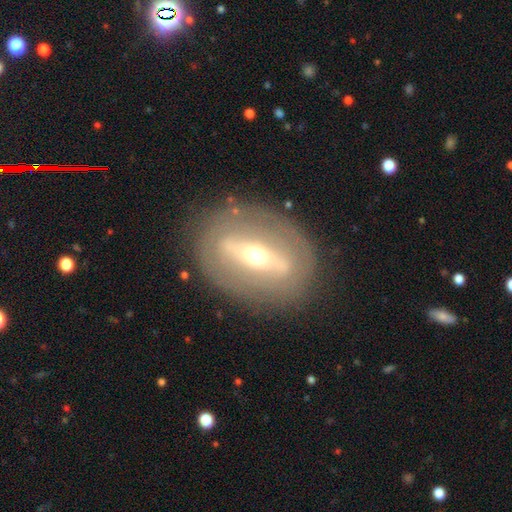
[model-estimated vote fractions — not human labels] The model was most divided on "bulge size": moderate: 62%, small: 29%, large: 7%, dominant: 1%, none: 1%. More confident: merging — none (82%); edge-on disk — no (78%); spiral arms — no (75%); smooth or featured — featured or disk (72%); bar — strong (68%).